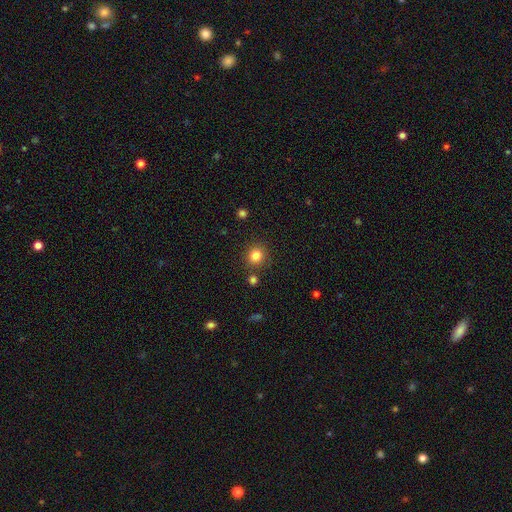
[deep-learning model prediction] smooth 83%, star or artifact 12%, featured or disk 5%. Down the decision tree: how rounded — round (89%); merging — none (85%).